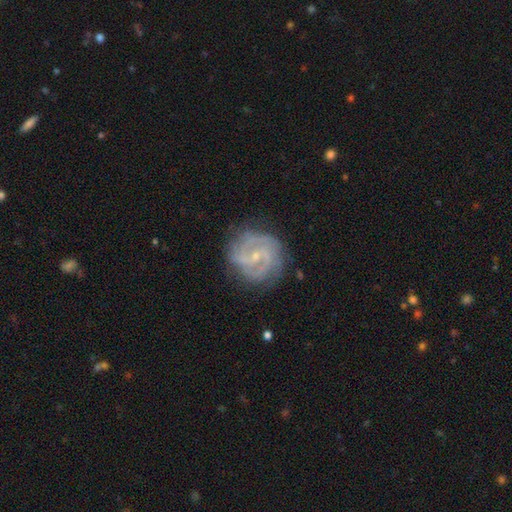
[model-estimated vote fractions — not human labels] Overall: featured or disk (88%). Edge-on disk: no (98%). Bar: weak (48%; no 37%). Spiral arms: yes (97%). Spiral arm count: 2 (50%; 3 24%). Spiral winding: tight (52%; medium 40%). Bulge size: small (75%). Merging: none (78%).